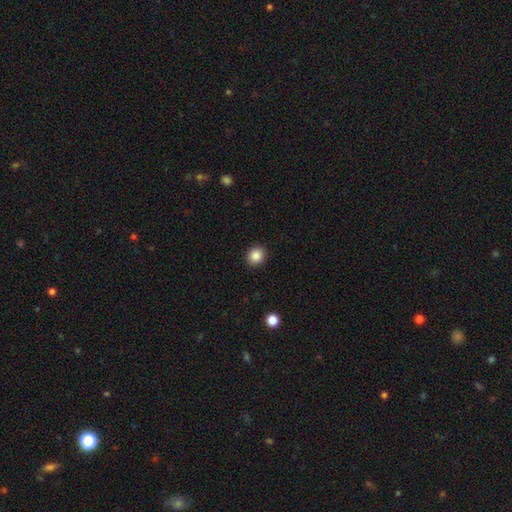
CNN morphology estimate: smooth-or-featured: smooth: 86% | star or artifact: 10% | featured or disk: 4%
  how-rounded: round: 75% | in between: 24% | cigar-shaped: 1%
  merging: none: 92% | minor disturbance: 6% | major disturbance: 2% | merger: 1%